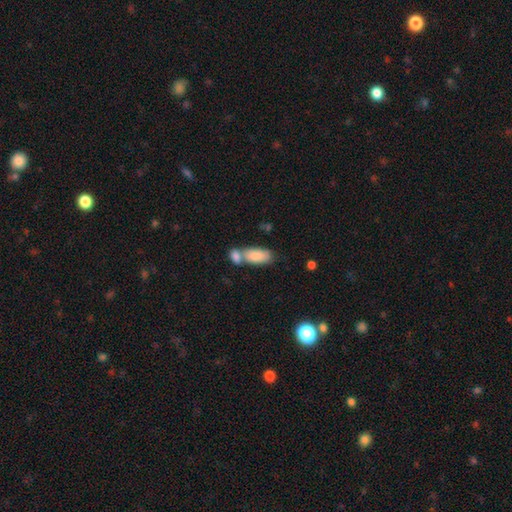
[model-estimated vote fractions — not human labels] Smooth or featured: smooth — 85% (featured or disk — 9%)
How rounded: in between — 90% (cigar-shaped — 7%)
Merging: merger — 50% (none — 36%)